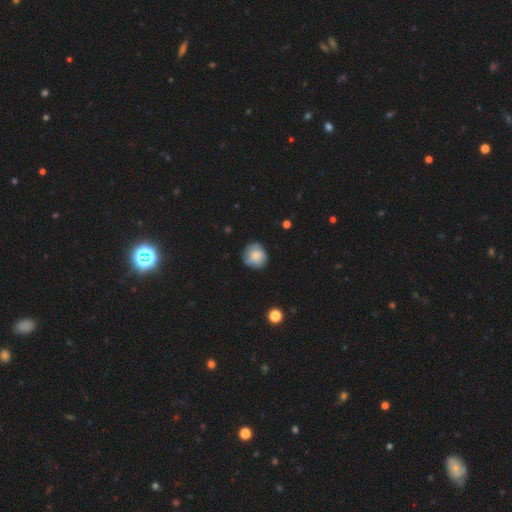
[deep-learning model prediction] smooth-or-featured: smooth: 72% | featured or disk: 20% | star or artifact: 8%
  how-rounded: round: 89% | in between: 10% | cigar-shaped: 1%
  merging: none: 76% | minor disturbance: 19% | major disturbance: 4% | merger: 1%